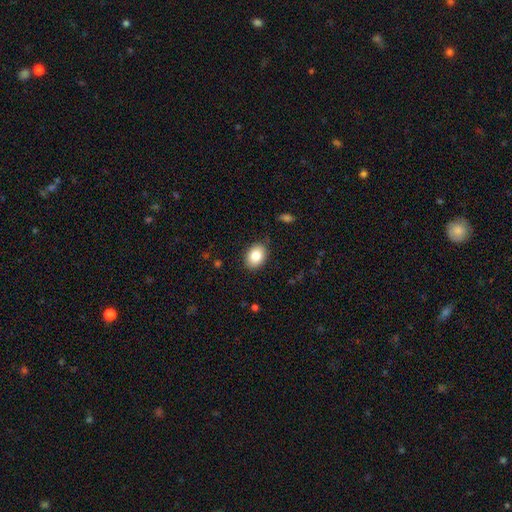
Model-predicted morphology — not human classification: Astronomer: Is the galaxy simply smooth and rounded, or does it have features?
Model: smooth — 84%.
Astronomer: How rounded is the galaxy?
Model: in between — 73%.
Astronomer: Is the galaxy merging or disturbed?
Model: none — 84%.